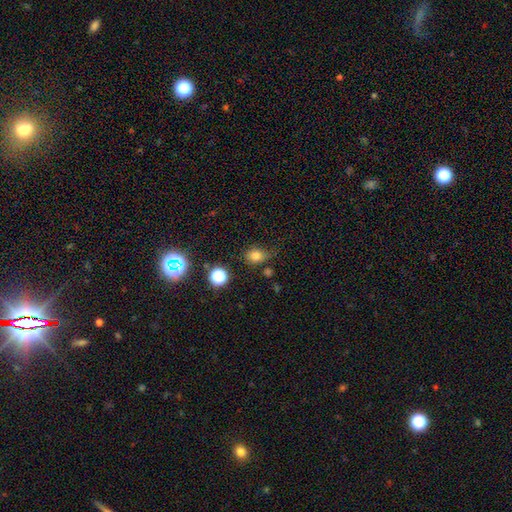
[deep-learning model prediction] This is likely a smooth galaxy (77%). How rounded: possibly in between (51%). Merging: possibly none (58%).